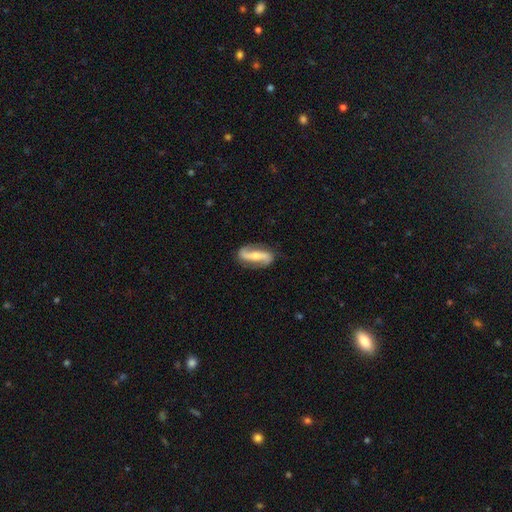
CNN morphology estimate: The model was most divided on "bulge size": moderate: 47%, small: 45%, large: 4%, none: 3%, dominant: 1%. Remaining: spiral arms — yes (94%); spiral arm count — 2 (92%); edge-on disk — no (92%); merging — none (82%); smooth or featured — featured or disk (81%); spiral winding — loose (57%); bar — strong (47%).